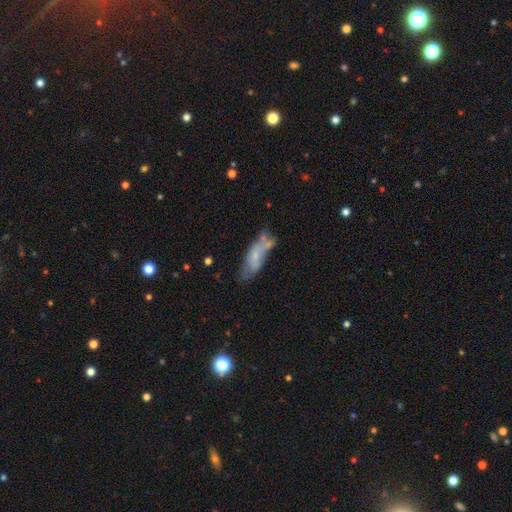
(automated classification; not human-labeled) Morphology: type=smooth (53%); roundness=in between (55%); merging=none (38%).